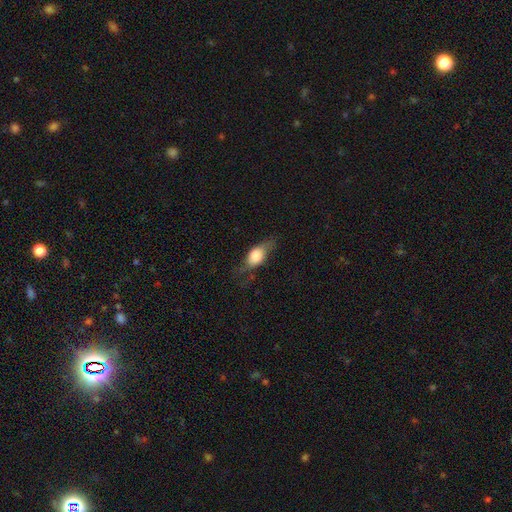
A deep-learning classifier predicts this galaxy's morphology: Smooth or featured? Predicted: smooth (p=0.65). How rounded? Predicted: in between (p=0.77). Merging? Predicted: none (p=0.54).